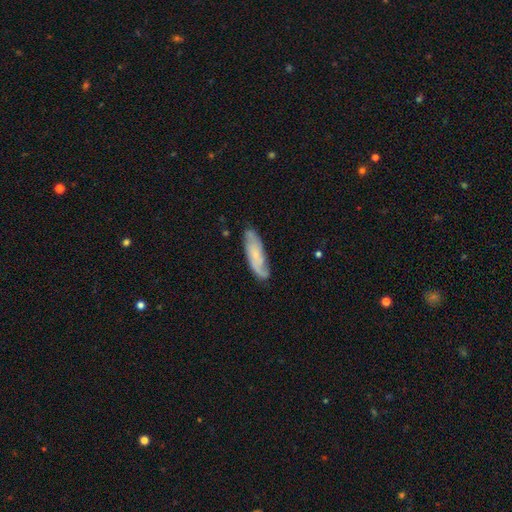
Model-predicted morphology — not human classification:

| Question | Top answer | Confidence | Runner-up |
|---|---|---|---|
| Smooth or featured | featured or disk | 57% | smooth (36%) |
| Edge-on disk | no | 82% | yes (18%) |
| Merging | none | 73% | minor disturbance (20%) |